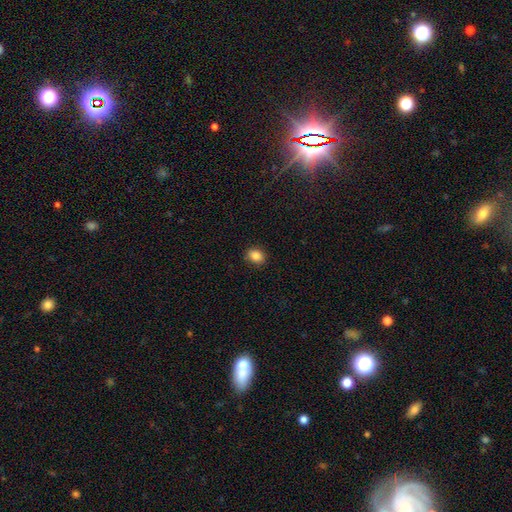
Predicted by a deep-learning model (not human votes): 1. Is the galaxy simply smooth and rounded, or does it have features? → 86% smooth, 10% star or artifact, 4% featured or disk.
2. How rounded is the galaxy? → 50% in between, 49% round, 1% cigar-shaped.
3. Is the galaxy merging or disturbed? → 89% none, 8% minor disturbance, 2% major disturbance, 1% merger.